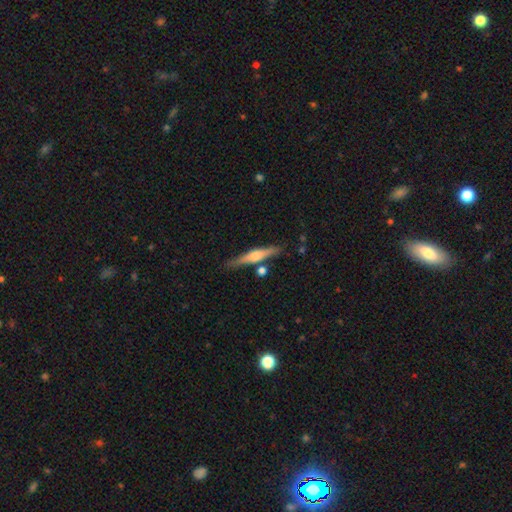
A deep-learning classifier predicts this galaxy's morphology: Smooth or featured? Predicted: featured or disk (p=0.57). Edge-on disk? Predicted: yes (p=0.96). Edge-on bulge? Predicted: rounded (p=0.81). Merging? Predicted: none (p=0.79).